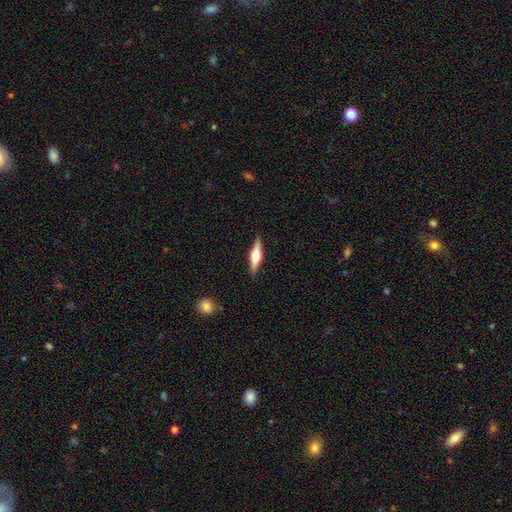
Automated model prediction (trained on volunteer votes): This is likely a featured or disk galaxy (66%). It is clearly viewed edge-on (97%). Edge-on bulge: clearly rounded (90%). Merging: clearly none (89%).